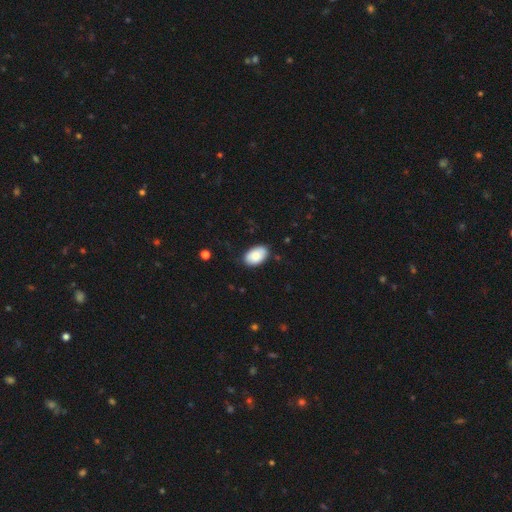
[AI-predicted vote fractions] The model was most divided on "merging": none: 82%, minor disturbance: 15%, major disturbance: 3%, merger: 1%. More confident: how rounded — in between (93%); smooth or featured — smooth (87%).